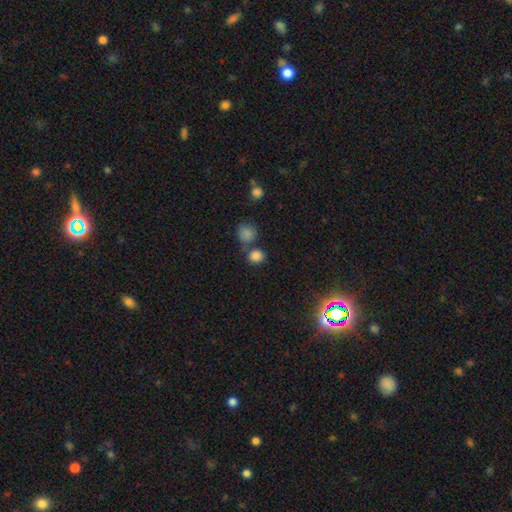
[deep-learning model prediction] A smooth galaxy with no disk features (83%) that is round (77%).

Vote fractions:
- Smooth or featured? smooth: 83% / star or artifact: 13% / featured or disk: 5%
- How rounded? round: 77% / in between: 22% / cigar-shaped: 1%
- Merging? none: 56% / merger: 31% / minor disturbance: 9% / major disturbance: 4%